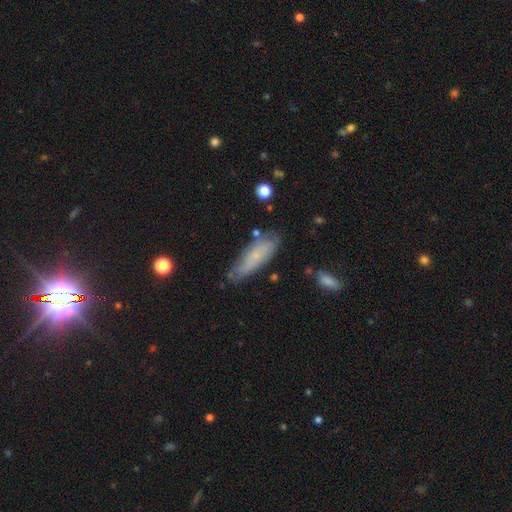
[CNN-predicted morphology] This appears to be a smooth galaxy with no disk features (60%) that is cigar-shaped (49%, tied with in between). Merging: none (70%).